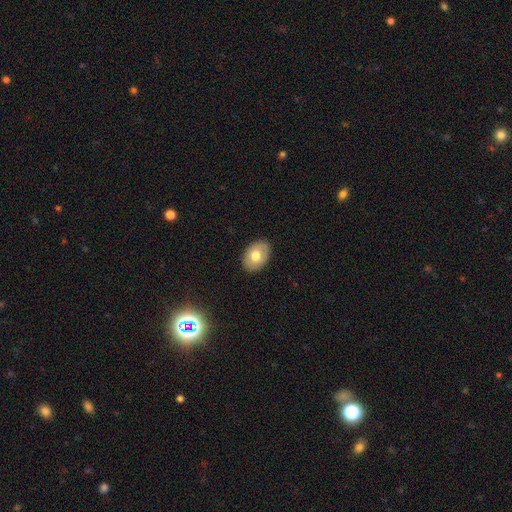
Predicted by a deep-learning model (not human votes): Smooth or featured? Predicted: smooth (p=0.71). How rounded? Predicted: in between (p=0.83). Merging? Predicted: none (p=0.87).